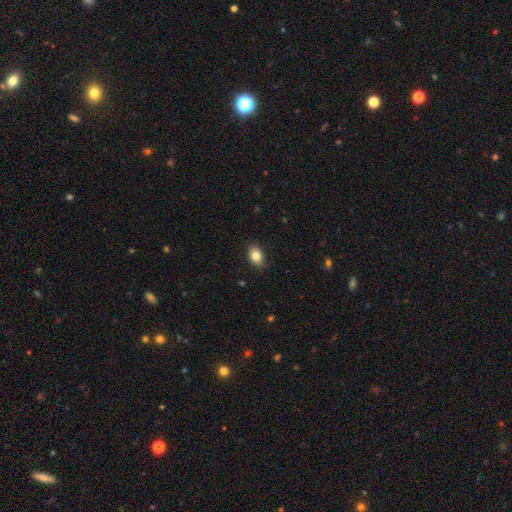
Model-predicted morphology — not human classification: The model was most divided on "how rounded": in between: 82%, round: 17%, cigar-shaped: 1%. More confident: merging — none (88%); smooth or featured — smooth (83%).